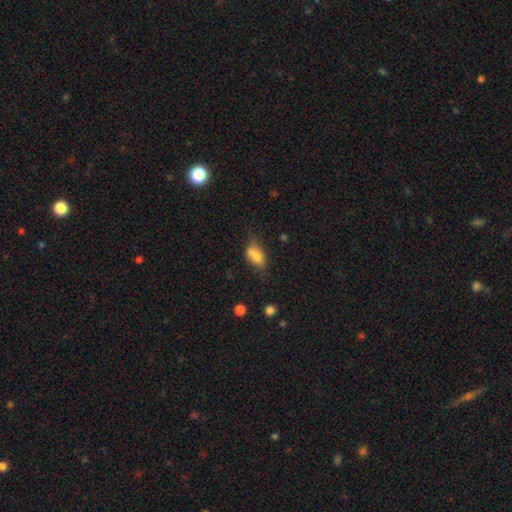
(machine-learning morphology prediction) Smooth or featured? Predicted: smooth (p=0.72). How rounded? Predicted: in between (p=0.82). Merging? Predicted: none (p=0.38).